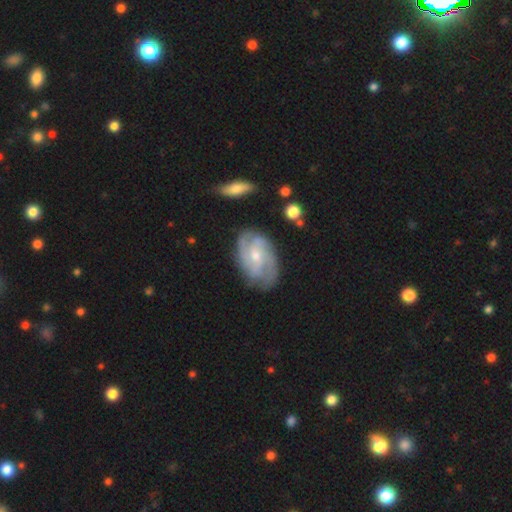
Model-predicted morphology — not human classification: The model was most divided on "spiral arm count" (2-way tie): 3: 29%, 2: 29%, can't tell: 22%, 4: 12%, more than 4: 4%, 1: 4%. Remaining: edge-on disk — no (96%); spiral arms — yes (95%); smooth or featured — featured or disk (83%); merging — none (76%); bulge size — small (62%); spiral winding — tight (48%); bar — no (45%).